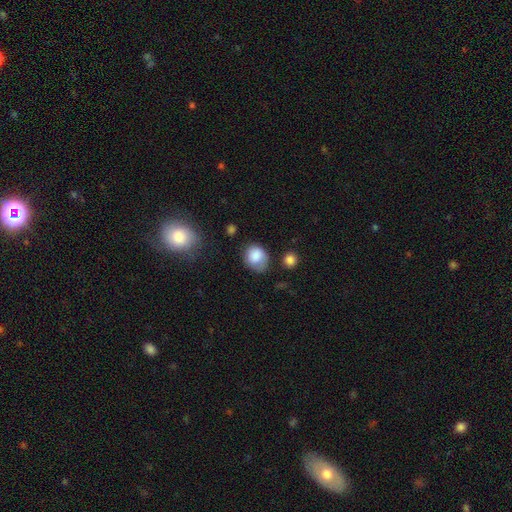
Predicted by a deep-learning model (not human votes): Smooth or featured: smooth — 82% (featured or disk — 10%)
How rounded: round — 59% (in between — 40%)
Merging: none — 55% (minor disturbance — 30%)